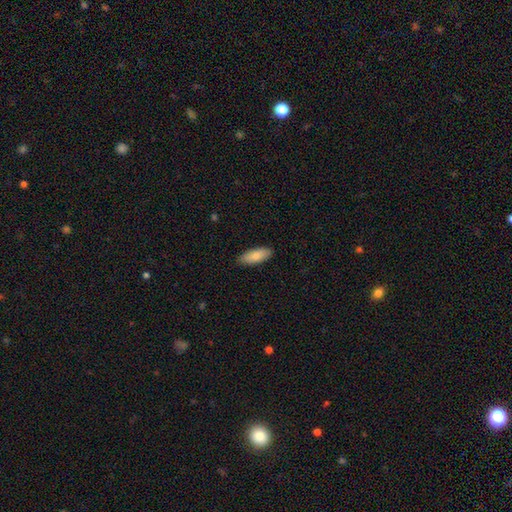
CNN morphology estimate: Smooth or featured?
  - smooth: 83% *
  - featured or disk: 11%
  - star or artifact: 6%
How rounded?
  - in between: 75% *
  - cigar-shaped: 24%
  - round: 2%
Merging?
  - none: 89% *
  - minor disturbance: 9%
  - major disturbance: 2%
  - merger: 1%